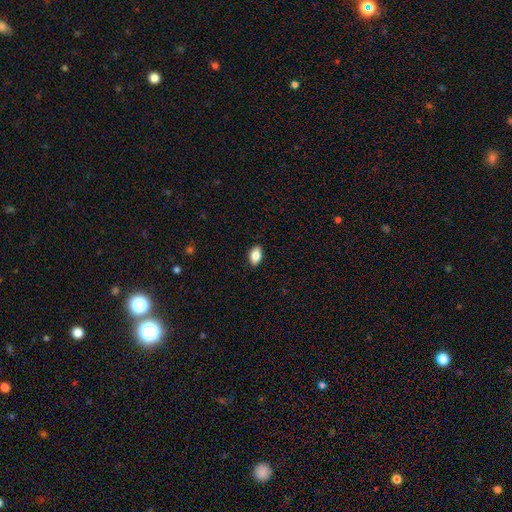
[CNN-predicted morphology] Smooth or featured? smooth (84%)
How rounded? in between (90%)
Merging? none (89%)